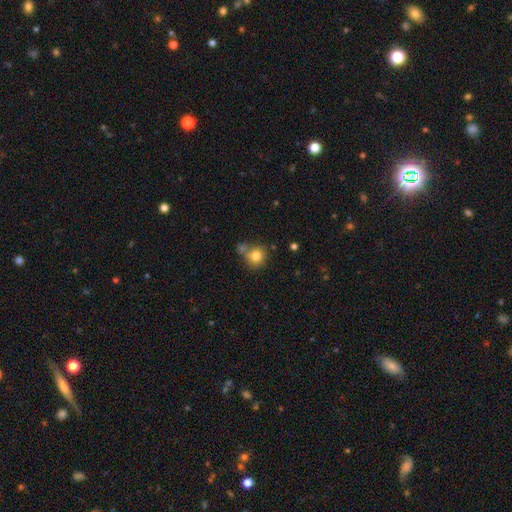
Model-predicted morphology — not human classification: type=smooth (80%); roundness=round (86%); merging=none (59%).